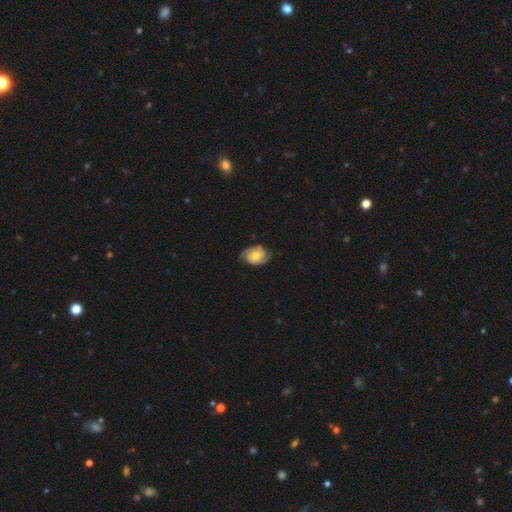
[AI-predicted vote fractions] This appears to be a featured or disk galaxy (70%) with no bar (75%), 2 (77%) tight (50%) spiral arms (92%) and a moderate central bulge (66%). Merging: none (75%).